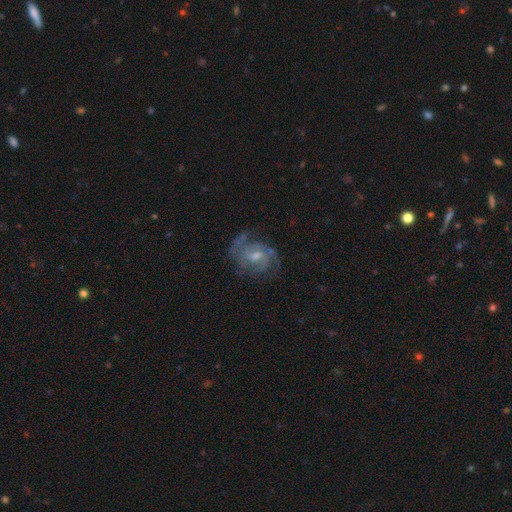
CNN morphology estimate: Overall: featured or disk (84%). Edge-on disk: no (97%). Bar: weak (49%; no 42%). Spiral arms: yes (95%). Spiral arm count: 2 (36%; 3 26%). Spiral winding: medium (45%; tight 43%). Bulge size: moderate (46%; small 45%). Merging: none (70%).